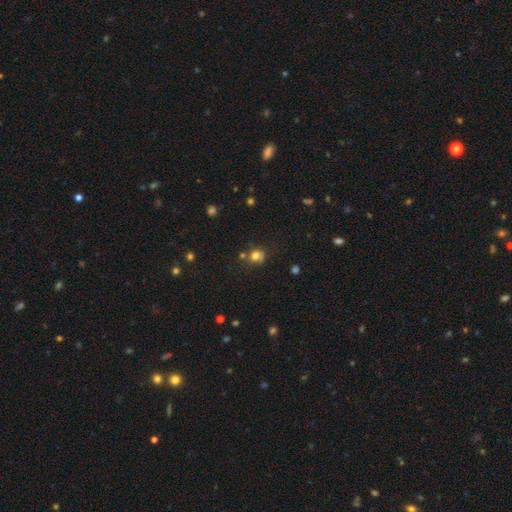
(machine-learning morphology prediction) This is likely a smooth galaxy (74%). How rounded: likely round (79%). Merging: likely none (61%).